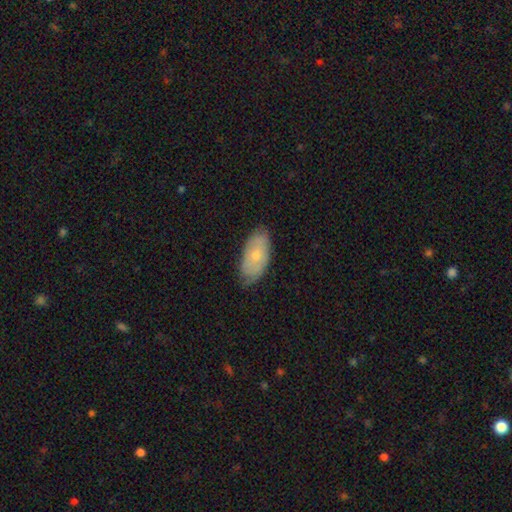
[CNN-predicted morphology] This appears to be a smooth galaxy with no disk features (60%) that is in between round and cigar-shaped (93%). Merging: none (72%).